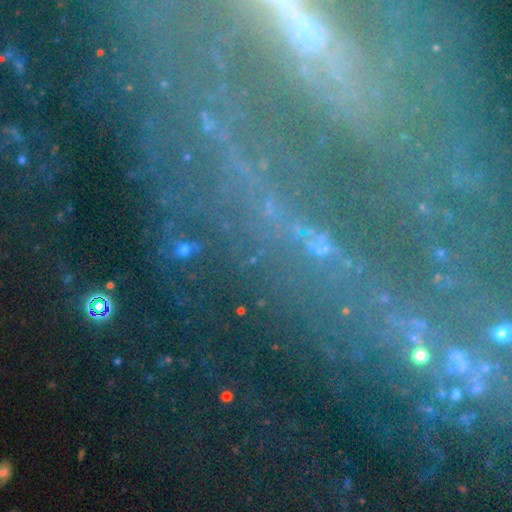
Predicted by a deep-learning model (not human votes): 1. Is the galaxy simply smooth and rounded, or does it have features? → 64% star or artifact, 23% featured or disk, 13% smooth.